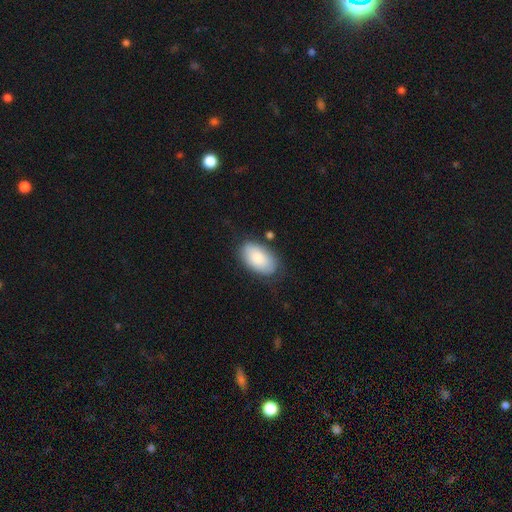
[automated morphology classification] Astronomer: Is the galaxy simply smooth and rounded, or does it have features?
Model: smooth — 84%.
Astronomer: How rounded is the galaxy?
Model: in between — 95%.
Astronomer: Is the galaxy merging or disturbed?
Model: none — 76%.